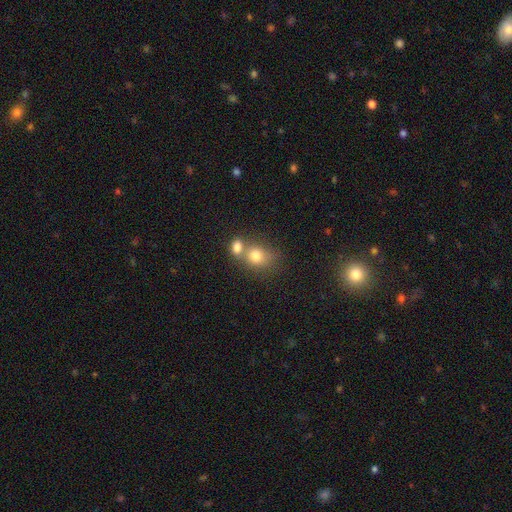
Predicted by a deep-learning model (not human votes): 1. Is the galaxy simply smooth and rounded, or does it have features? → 77% smooth, 12% featured or disk, 11% star or artifact.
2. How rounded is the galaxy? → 58% round, 41% in between, 1% cigar-shaped.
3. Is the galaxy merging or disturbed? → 54% merger, 32% none, 9% minor disturbance, 5% major disturbance.